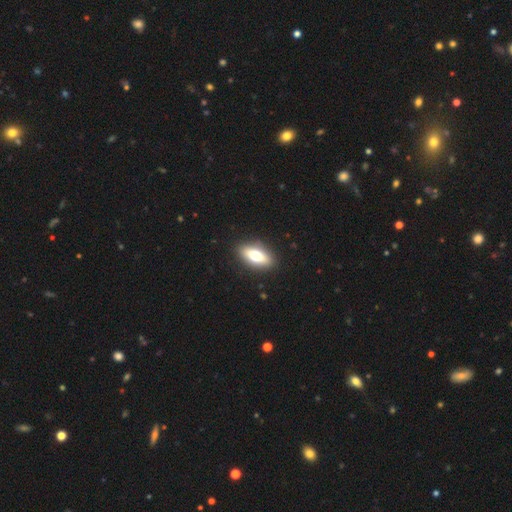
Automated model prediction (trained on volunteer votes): The model was most divided on "smooth or featured": smooth: 65%, featured or disk: 28%, star or artifact: 7%. More confident: merging — none (89%); how rounded — in between (76%).